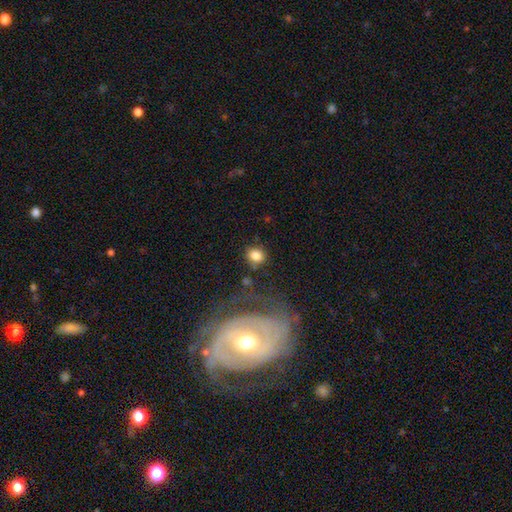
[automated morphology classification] type=smooth (82%); roundness=round (69%); merging=none (76%).